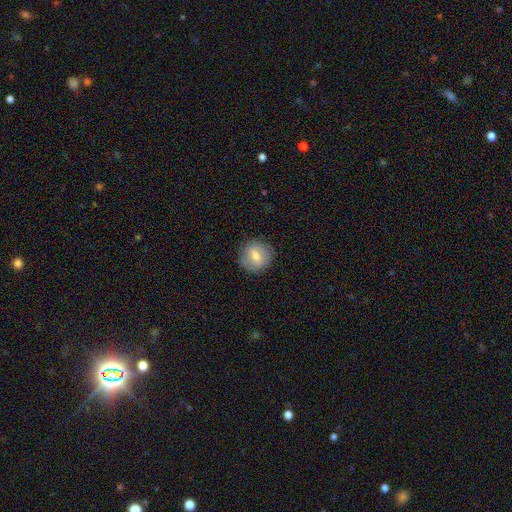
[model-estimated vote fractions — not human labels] A smooth galaxy with no disk features (53%) that is round (88%). Merging: none (85%).